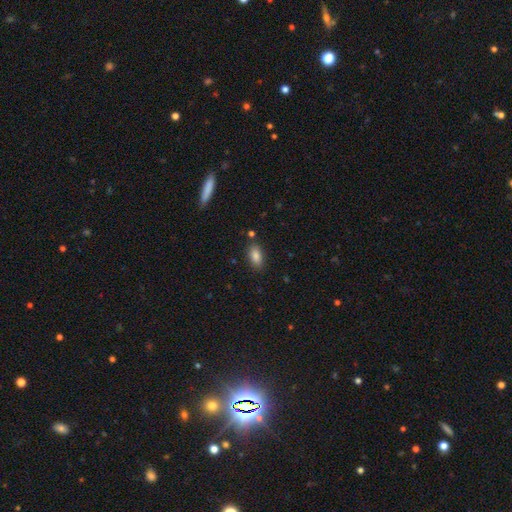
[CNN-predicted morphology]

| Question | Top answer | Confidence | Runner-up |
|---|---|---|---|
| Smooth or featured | smooth | 85% | star or artifact (8%) |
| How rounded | in between | 89% | cigar-shaped (7%) |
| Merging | none | 82% | minor disturbance (11%) |